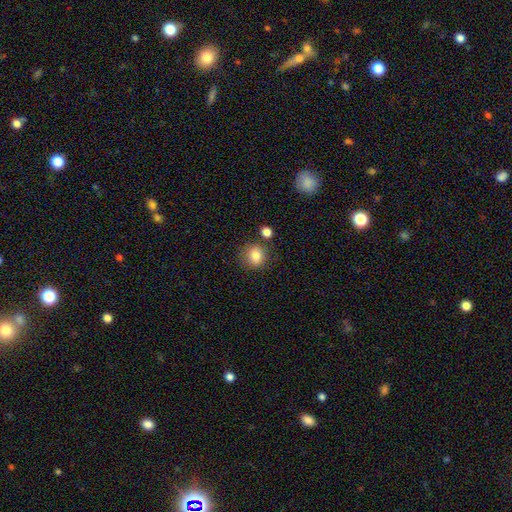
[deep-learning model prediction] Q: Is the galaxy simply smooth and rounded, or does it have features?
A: smooth — 84%.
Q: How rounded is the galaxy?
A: round — 80%.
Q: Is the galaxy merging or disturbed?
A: none — 78%.